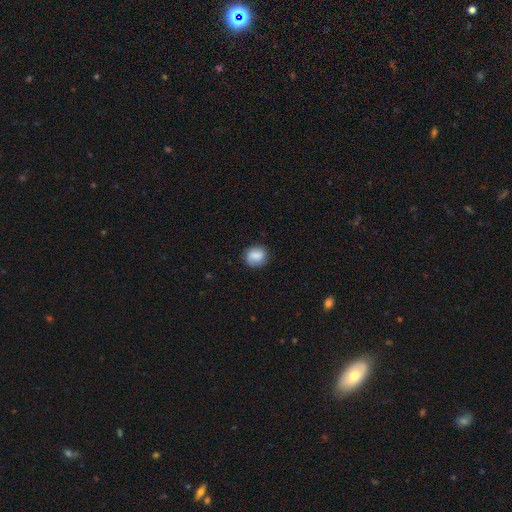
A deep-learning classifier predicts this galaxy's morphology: This appears to be a smooth galaxy with no disk features (82%) that is round (73%). Merging: none (83%).